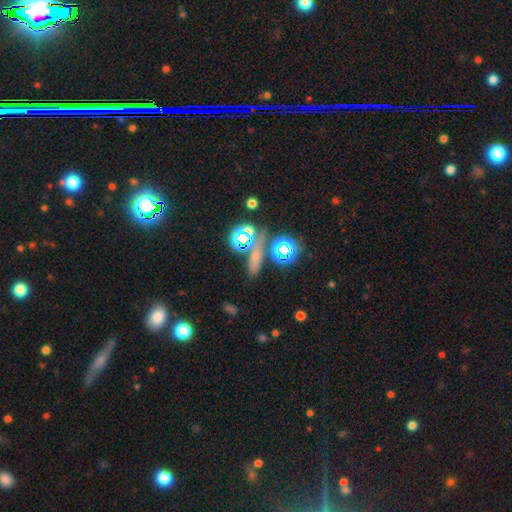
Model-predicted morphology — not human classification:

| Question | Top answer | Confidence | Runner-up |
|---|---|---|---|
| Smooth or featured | star or artifact | 48% | smooth (41%) |